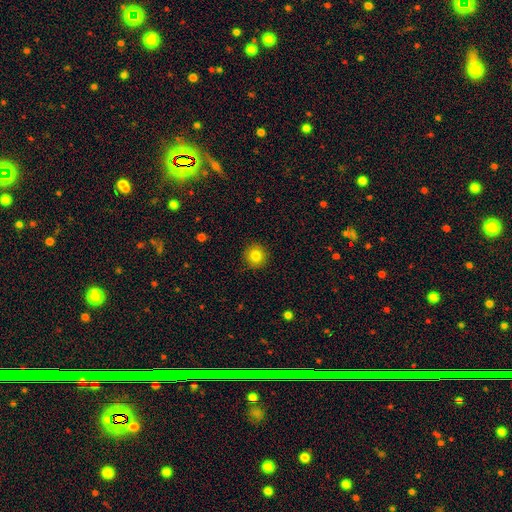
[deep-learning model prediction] A smooth galaxy with no disk features (82%) that is round (93%).

Vote fractions:
- Smooth or featured? smooth: 82% / star or artifact: 10% / featured or disk: 7%
- How rounded? round: 93% / in between: 6% / cigar-shaped: 1%
- Merging? none: 91% / minor disturbance: 6% / major disturbance: 2% / merger: 1%